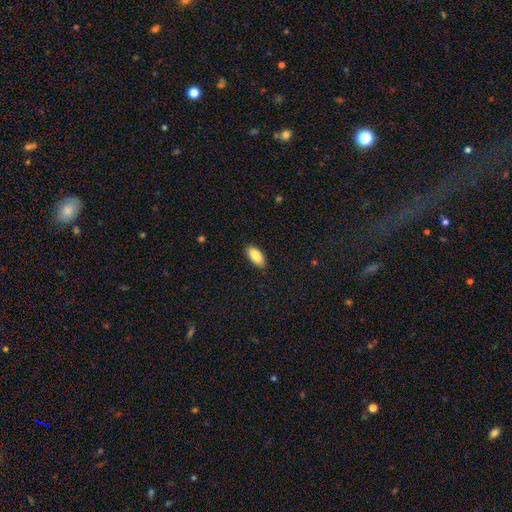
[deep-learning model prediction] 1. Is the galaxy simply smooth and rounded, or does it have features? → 87% smooth, 6% star or artifact, 6% featured or disk.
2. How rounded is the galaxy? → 90% in between, 8% cigar-shaped, 2% round.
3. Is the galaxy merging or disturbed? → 87% none, 10% minor disturbance, 2% major disturbance, 1% merger.